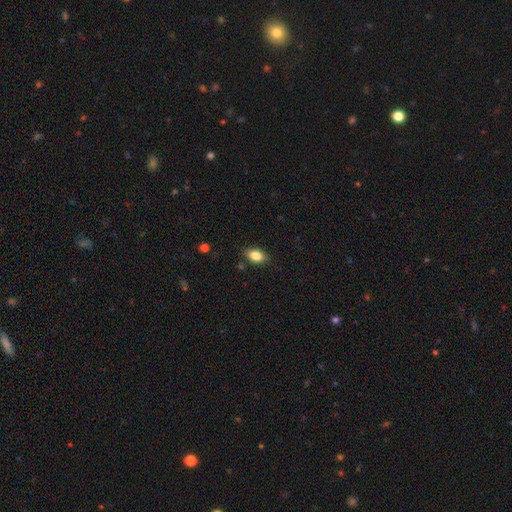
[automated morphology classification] The model was most divided on "merging": none: 83%, minor disturbance: 13%, major disturbance: 3%, merger: 2%. More confident: how rounded — in between (88%); smooth or featured — smooth (85%).